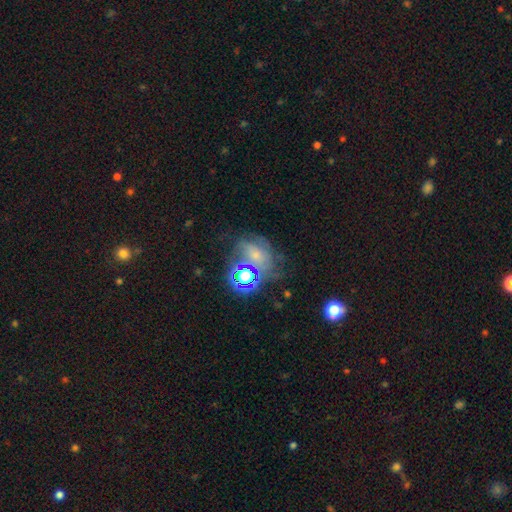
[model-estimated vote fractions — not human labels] Smooth or featured: smooth — 37% (tied with featured or disk — 37%)
Merging: none — 44% (minor disturbance — 22%)